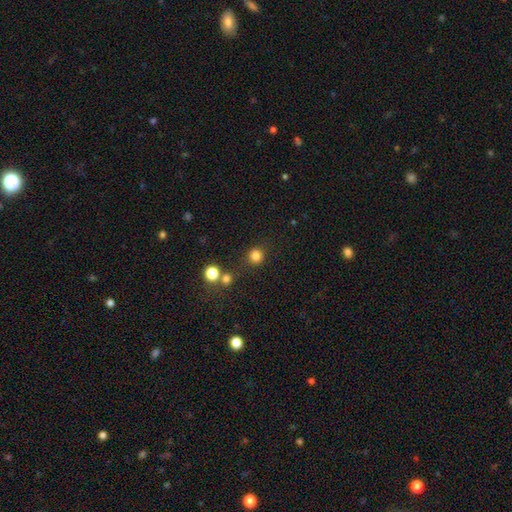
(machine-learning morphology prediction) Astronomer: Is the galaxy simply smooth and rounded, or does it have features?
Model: smooth — 82%.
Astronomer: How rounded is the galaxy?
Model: round — 92%.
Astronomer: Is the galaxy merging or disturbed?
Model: none — 82%.